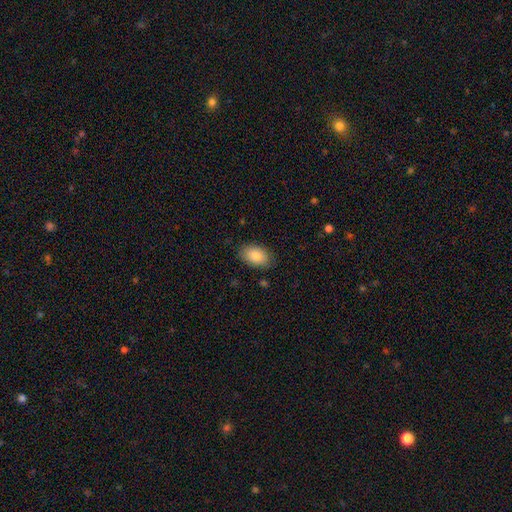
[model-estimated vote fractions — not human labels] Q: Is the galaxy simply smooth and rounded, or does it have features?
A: smooth — 87%.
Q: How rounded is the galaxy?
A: in between — 91%.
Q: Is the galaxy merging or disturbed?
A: none — 84%.